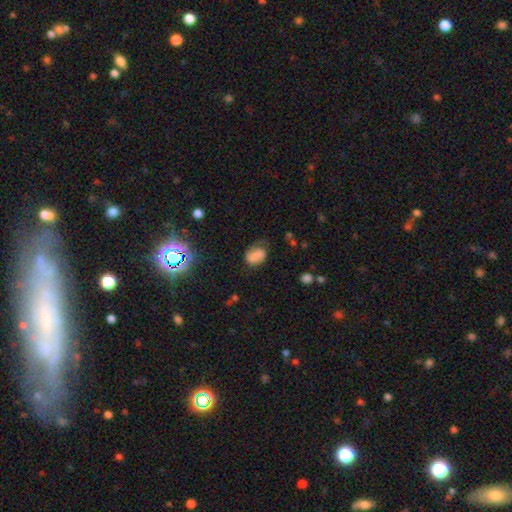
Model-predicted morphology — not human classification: A smooth galaxy with no disk features (64%) that is in between round and cigar-shaped (76%).

Vote fractions:
- Smooth or featured? smooth: 64% / featured or disk: 23% / star or artifact: 13%
- How rounded? in between: 76% / round: 23% / cigar-shaped: 1%
- Merging? none: 50% / minor disturbance: 30% / major disturbance: 18% / merger: 2%